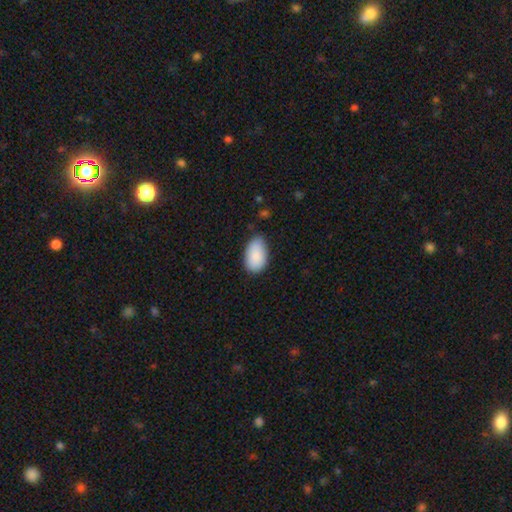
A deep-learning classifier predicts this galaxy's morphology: The model was most divided on "merging": none: 74%, minor disturbance: 21%, major disturbance: 3%, merger: 1%. More confident: how rounded — in between (94%); smooth or featured — smooth (89%).